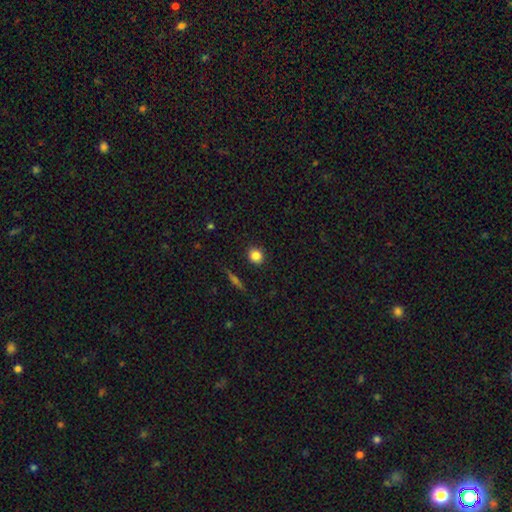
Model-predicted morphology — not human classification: smooth 84%, star or artifact 10%, featured or disk 6%. Down the decision tree: how rounded — round (81%); merging — none (90%).